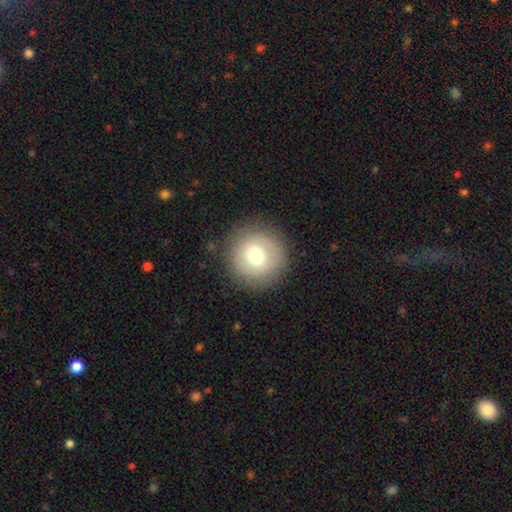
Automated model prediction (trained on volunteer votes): This appears to be a smooth galaxy with no disk features (71%) that is round (95%). Merging: none (88%).